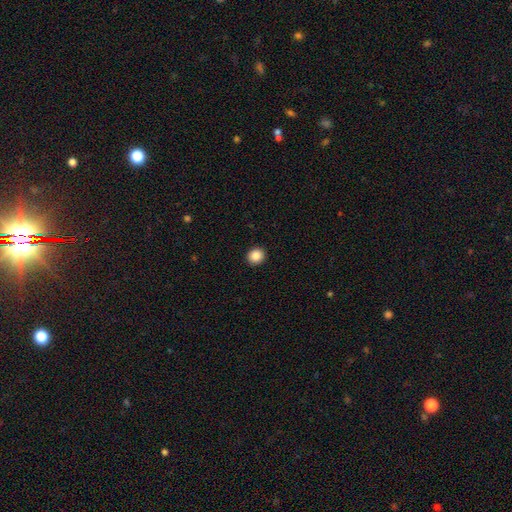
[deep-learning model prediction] Smooth or featured? smooth (86%)
How rounded? round (85%)
Merging? none (93%)